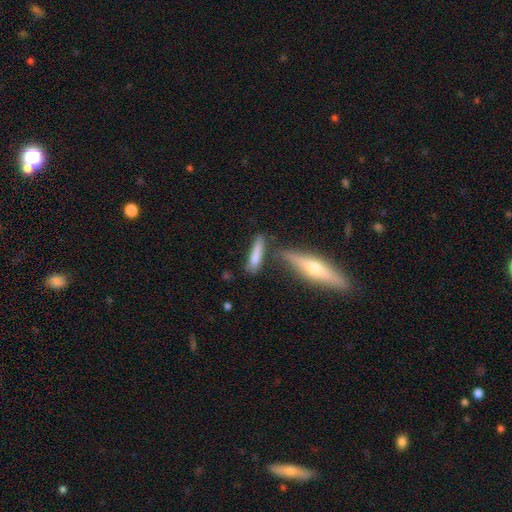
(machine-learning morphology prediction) This is likely a smooth galaxy (72%). How rounded: likely cigar-shaped (78%). Merging: possibly none (54%).